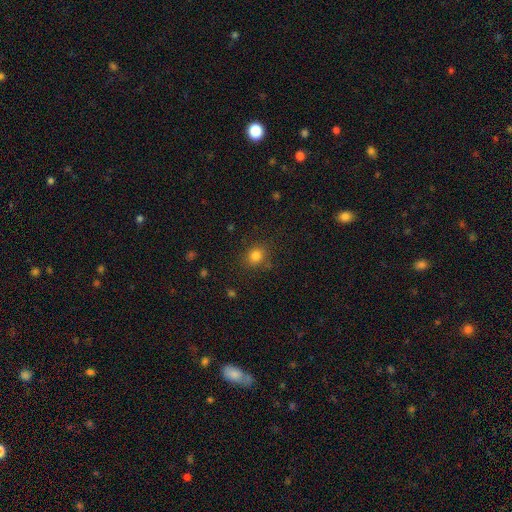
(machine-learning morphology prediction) This appears to be a smooth galaxy with no disk features (82%) that is round (75%). Merging: none (81%).